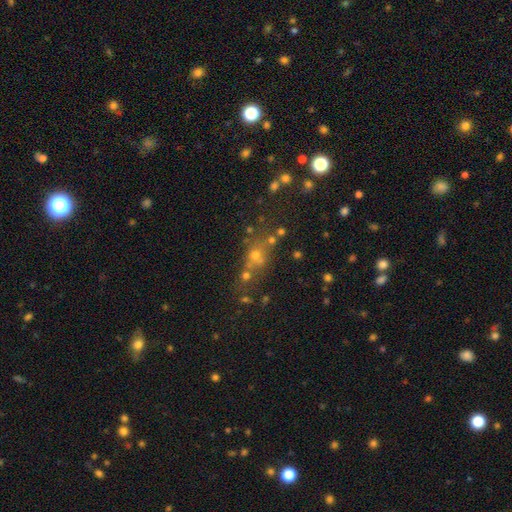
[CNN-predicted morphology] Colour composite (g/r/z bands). It shows a smooth galaxy with no disk features (46%). Merging: none (51%).